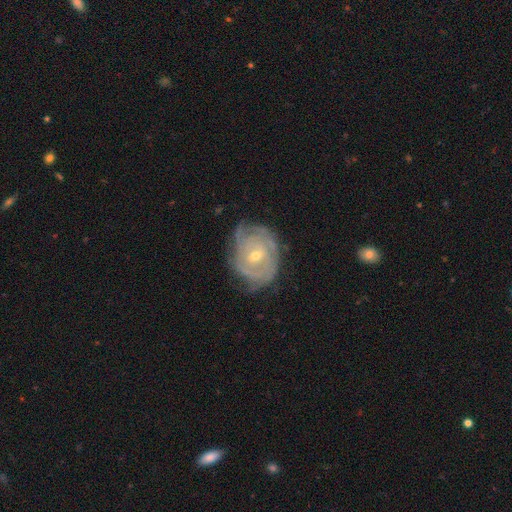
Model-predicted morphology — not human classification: This appears to be a featured or disk galaxy (84%) with no bar (65%), tight (76%) spiral arms (92%) and a small central bulge (53%). Merging: none (68%).